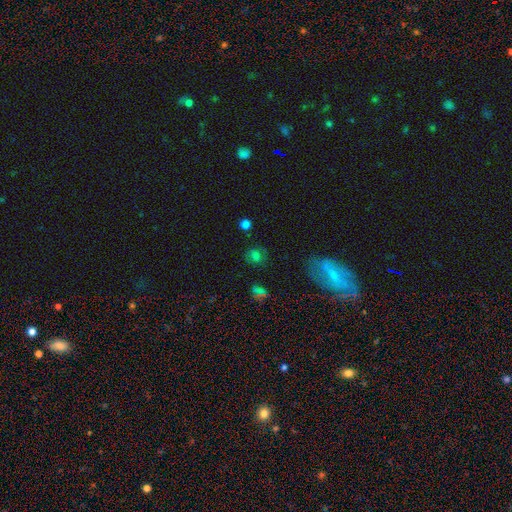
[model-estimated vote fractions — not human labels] The model was most divided on "smooth or featured": smooth: 64%, star or artifact: 22%, featured or disk: 14%. More confident: how rounded — round (80%); merging — none (77%).